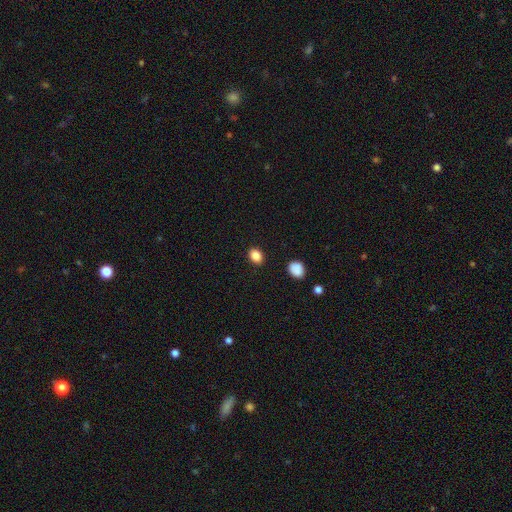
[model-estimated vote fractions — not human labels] A smooth galaxy with no disk features (87%) that is in between round and cigar-shaped (68%). Merging: none (88%).